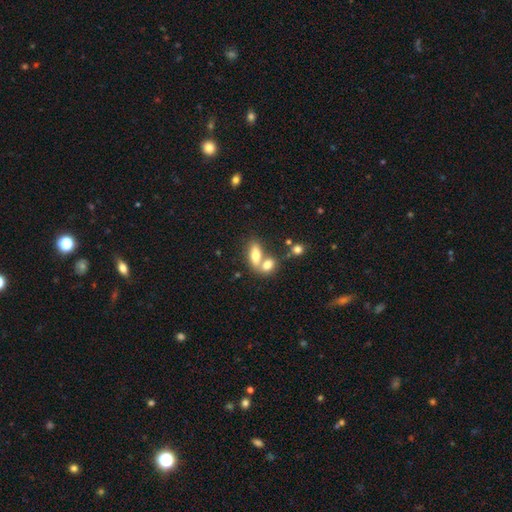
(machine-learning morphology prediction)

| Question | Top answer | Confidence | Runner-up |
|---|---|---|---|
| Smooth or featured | smooth | 73% | featured or disk (20%) |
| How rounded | in between | 80% | cigar-shaped (12%) |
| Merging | merger | 58% | none (30%) |